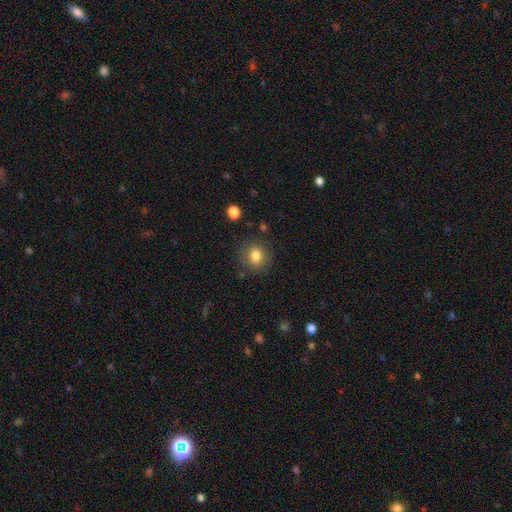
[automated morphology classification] This is clearly a smooth galaxy (81%). How rounded: likely round (76%). Merging: clearly none (84%).